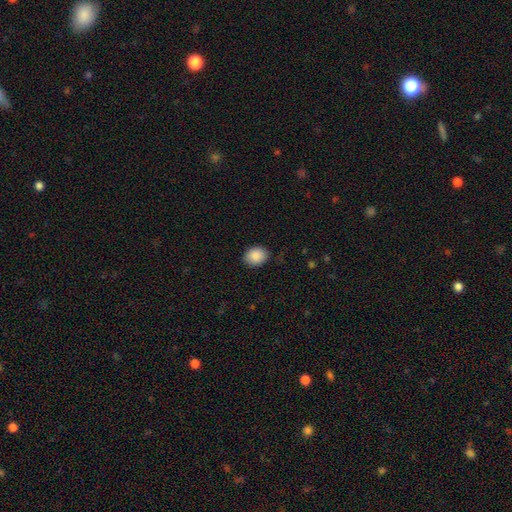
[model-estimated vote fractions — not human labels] The model was most divided on "how rounded": in between: 56%, round: 43%, cigar-shaped: 1%. More confident: smooth or featured — smooth (89%); merging — none (85%).